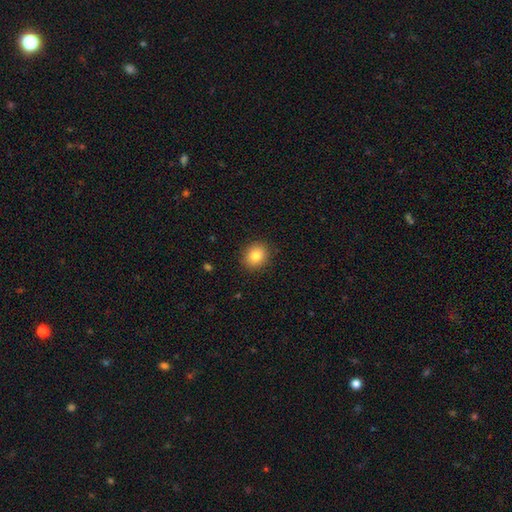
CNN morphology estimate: smooth-or-featured: smooth: 82% | star or artifact: 10% | featured or disk: 7%
  how-rounded: round: 71% | in between: 28% | cigar-shaped: 1%
  merging: none: 90% | minor disturbance: 7% | major disturbance: 2% | merger: 1%